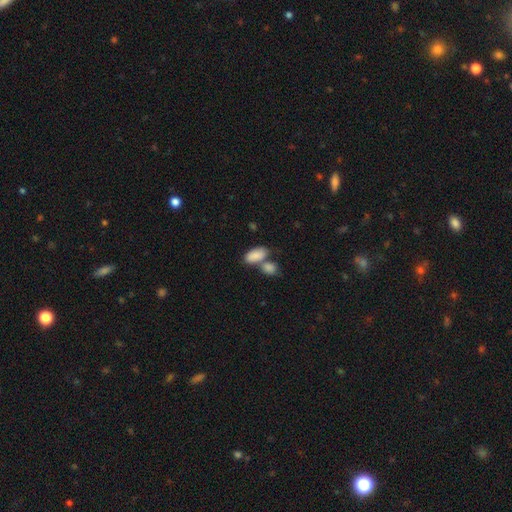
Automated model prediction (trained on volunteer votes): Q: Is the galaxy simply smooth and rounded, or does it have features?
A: smooth — 86%.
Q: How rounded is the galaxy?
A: in between — 92%.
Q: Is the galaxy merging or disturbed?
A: merger — 47%.